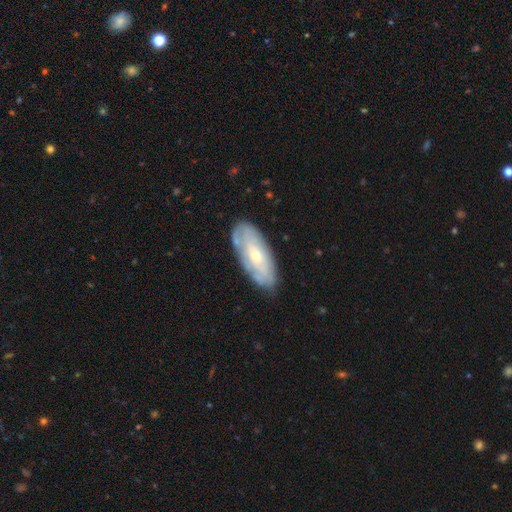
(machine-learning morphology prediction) Q: Smooth or featured?
A: featured or disk (60%); runner-up: smooth (34%)
Q: Edge-on disk?
A: no (85%); runner-up: yes (15%)
Q: Bar?
A: no (77%); runner-up: weak (18%)
Q: Spiral arms?
A: yes (57%); runner-up: no (43%)
Q: Bulge size?
A: small (61%); runner-up: moderate (36%)
Q: Merging?
A: none (78%); runner-up: minor disturbance (16%)